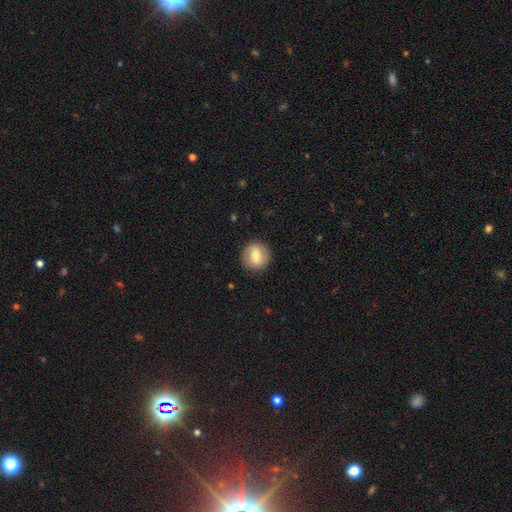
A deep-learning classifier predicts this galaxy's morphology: This appears to be a smooth galaxy with no disk features (64%) that is round (89%). Merging: none (89%).